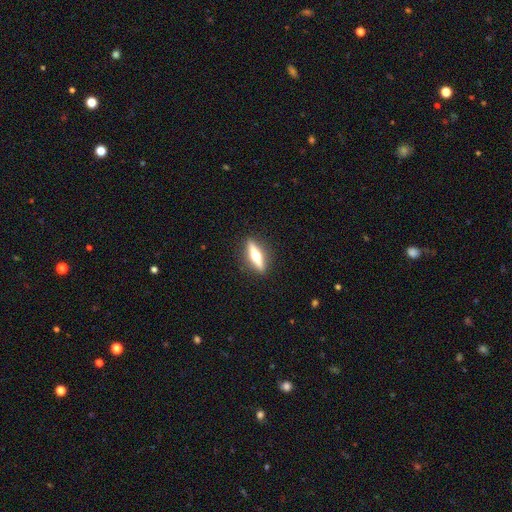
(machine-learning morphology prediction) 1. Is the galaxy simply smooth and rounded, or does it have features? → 64% featured or disk, 30% smooth, 6% star or artifact.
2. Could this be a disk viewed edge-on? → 95% yes, 5% no.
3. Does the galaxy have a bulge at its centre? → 96% rounded, 3% boxy, 2% none.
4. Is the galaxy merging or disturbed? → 91% none, 6% minor disturbance, 2% major disturbance, 1% merger.